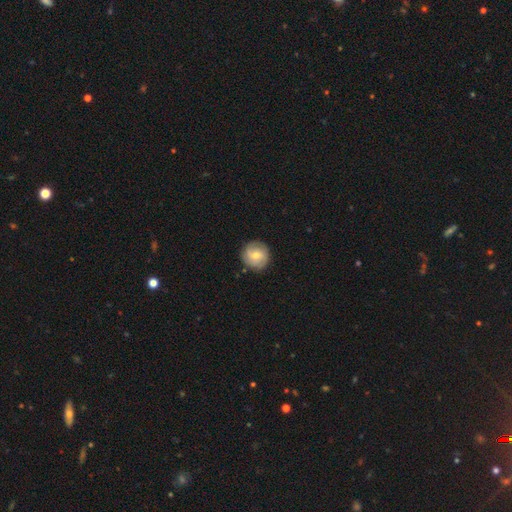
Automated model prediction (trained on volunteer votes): Overall: smooth (52%; featured or disk 41%). How rounded: round (92%). Merging: none (84%).